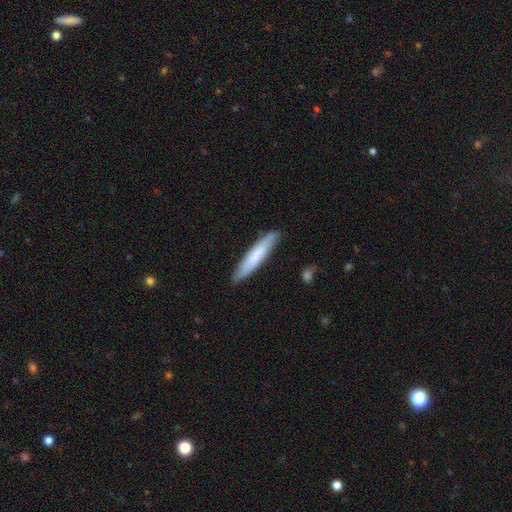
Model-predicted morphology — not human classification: Smooth or featured? Predicted: smooth (p=0.69). How rounded? Predicted: cigar-shaped (p=0.89). Merging? Predicted: none (p=0.85).